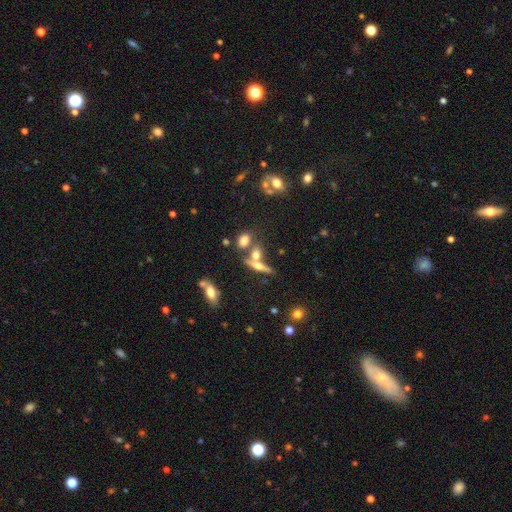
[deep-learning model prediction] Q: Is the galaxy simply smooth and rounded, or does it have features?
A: star or artifact — 36%.